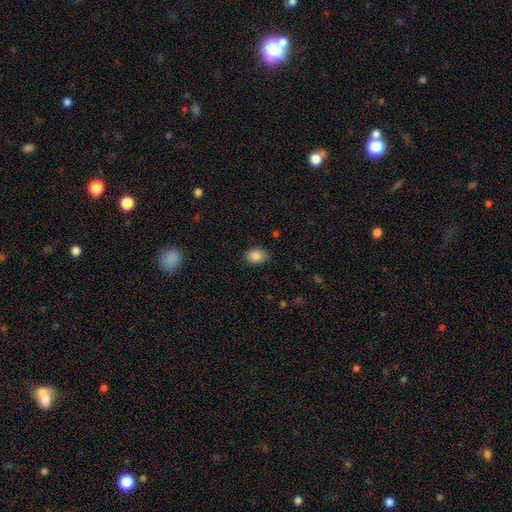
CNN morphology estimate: A smooth galaxy with no disk features (86%) that is in between round and cigar-shaped (76%).

Vote fractions:
- Smooth or featured? smooth: 86% / star or artifact: 8% / featured or disk: 5%
- How rounded? in between: 76% / round: 23% / cigar-shaped: 1%
- Merging? none: 84% / minor disturbance: 13% / major disturbance: 3% / merger: 1%